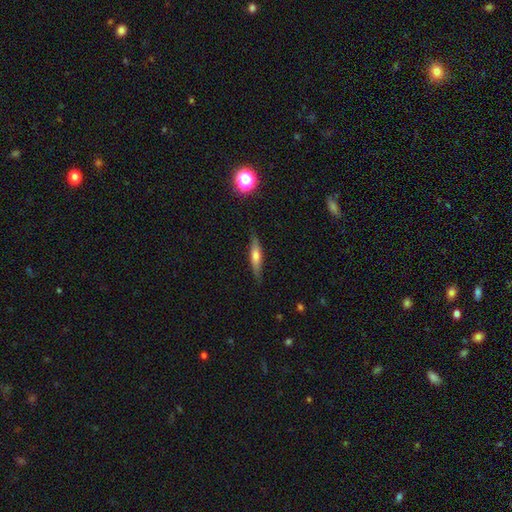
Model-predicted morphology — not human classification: Smooth or featured: smooth — 51% (featured or disk — 41%)
How rounded: cigar-shaped — 81% (in between — 17%)
Merging: none — 82% (minor disturbance — 14%)